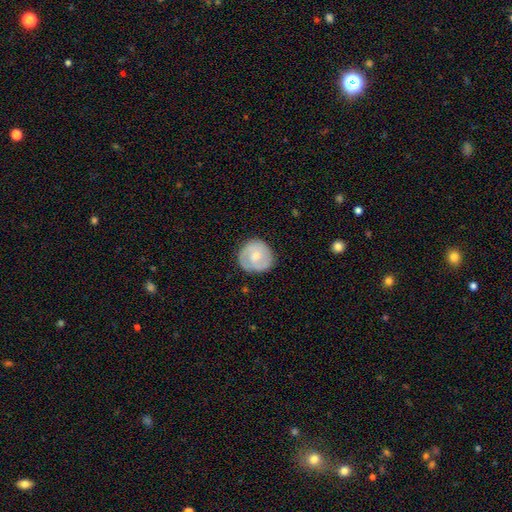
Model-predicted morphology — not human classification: Q: Smooth or featured?
A: smooth (53%); runner-up: featured or disk (41%)
Q: How rounded?
A: round (90%); runner-up: in between (9%)
Q: Merging?
A: none (81%); runner-up: minor disturbance (14%)